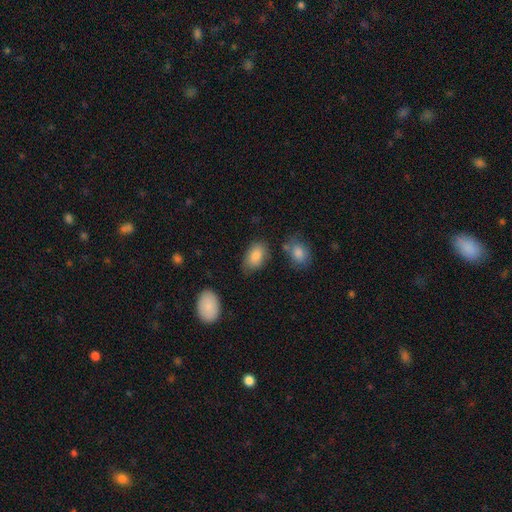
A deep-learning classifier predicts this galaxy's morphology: Overall: smooth (85%). How rounded: in between (90%). Merging: none (65%).